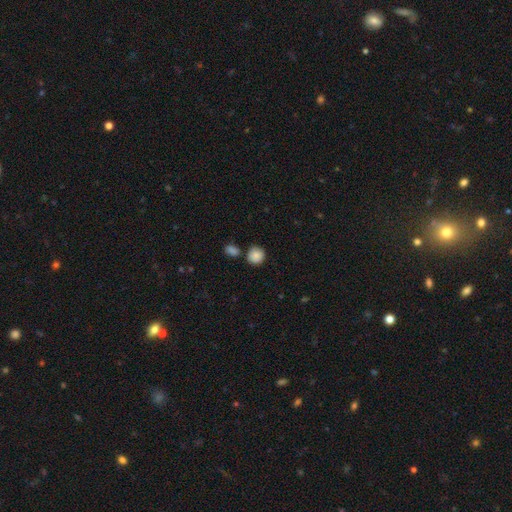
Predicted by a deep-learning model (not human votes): smooth 87%, star or artifact 8%, featured or disk 5%. Down the decision tree: how rounded — round (89%); merging — none (74%).